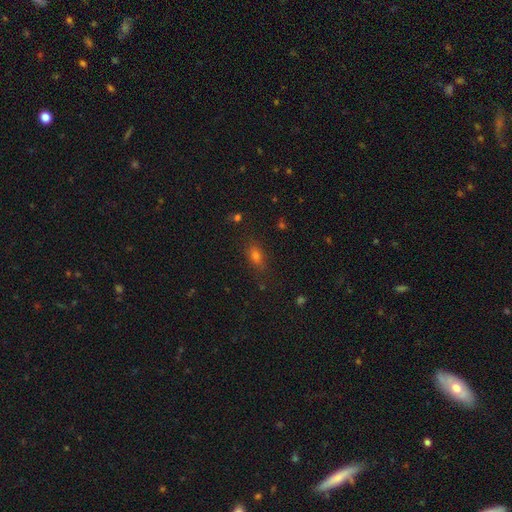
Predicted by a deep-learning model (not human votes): smooth 64%, star or artifact 23%, featured or disk 12%. Down the decision tree: how rounded — in between (69%); merging — none (79%).